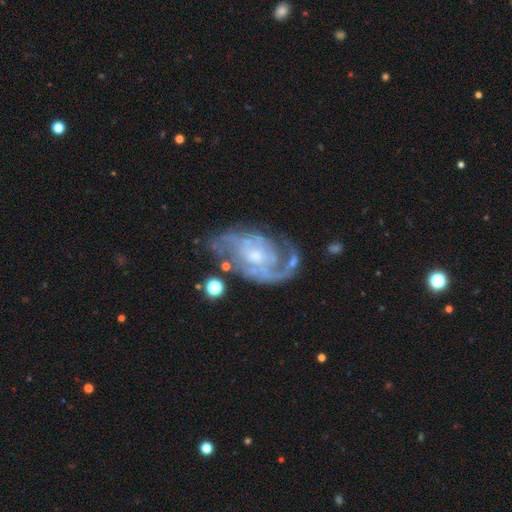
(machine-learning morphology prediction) This appears to be a featured or disk galaxy (89%) with no bar (58%), 2 (62%) medium (46%) spiral arms (94%) and a small central bulge (51%). Merging: none (61%).